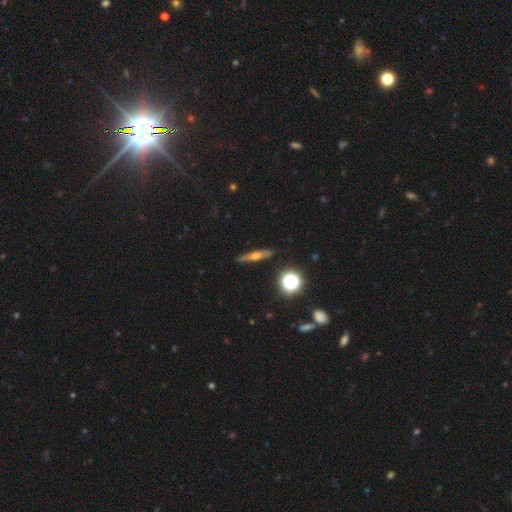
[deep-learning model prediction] A featured or disk galaxy (56%) viewed edge-on (94%) with a rounded central bulge (89%).

Vote fractions:
- Smooth or featured? featured or disk: 56% / smooth: 33% / star or artifact: 11%
- Edge-on disk? yes: 94% / no: 6%
- Edge-on bulge? rounded: 89% / none: 6% / boxy: 5%
- Merging? none: 89% / minor disturbance: 8% / major disturbance: 2% / merger: 1%